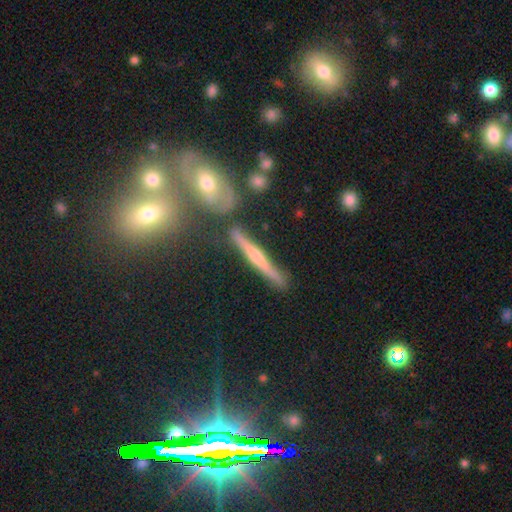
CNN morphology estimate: Smooth or featured: featured or disk — 59% (smooth — 32%)
Edge-on disk: yes — 94% (no — 6%)
Edge-on bulge: rounded — 60% (none — 28%)
Merging: none — 78% (minor disturbance — 12%)